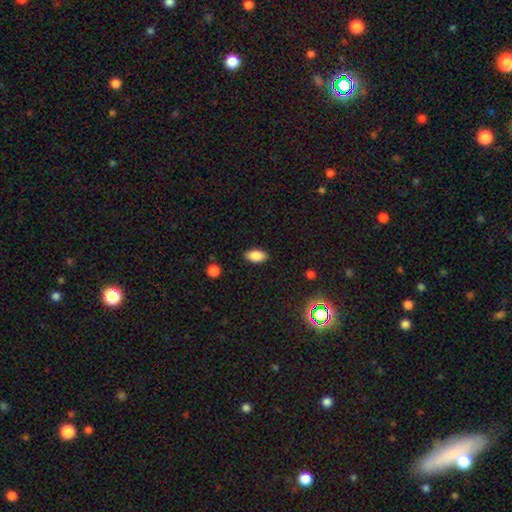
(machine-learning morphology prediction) A smooth galaxy with no disk features (86%) that is in between round and cigar-shaped (92%). Merging: none (87%).